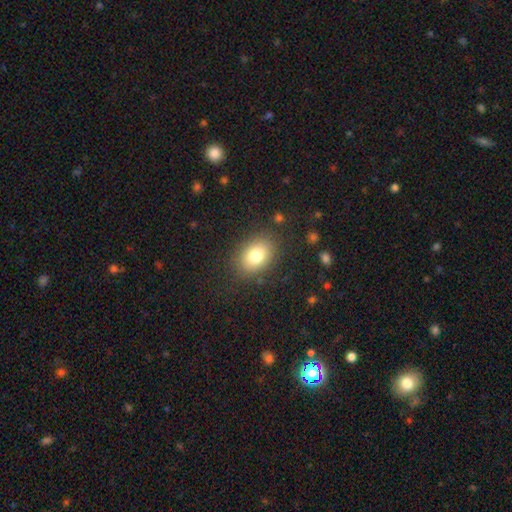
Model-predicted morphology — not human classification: Smooth or featured? Predicted: smooth (p=0.79). How rounded? Predicted: in between (p=0.74). Merging? Predicted: none (p=0.83).